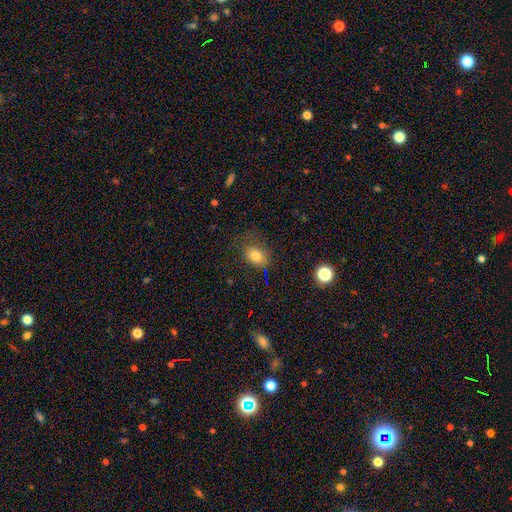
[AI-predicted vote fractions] Smooth or featured?
  - smooth: 79% *
  - star or artifact: 12%
  - featured or disk: 9%
How rounded?
  - in between: 69% *
  - round: 30%
  - cigar-shaped: 1%
Merging?
  - none: 59% *
  - minor disturbance: 24%
  - major disturbance: 15%
  - merger: 2%